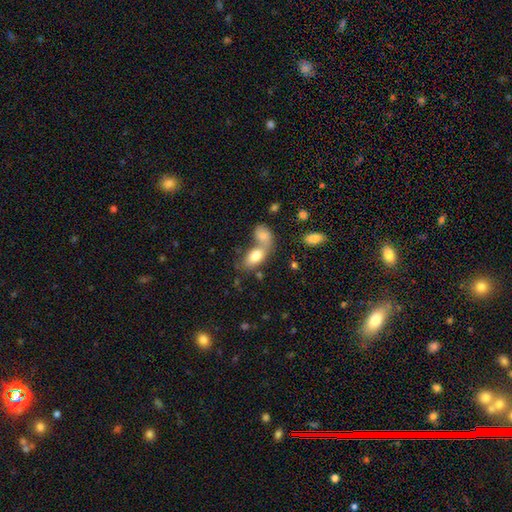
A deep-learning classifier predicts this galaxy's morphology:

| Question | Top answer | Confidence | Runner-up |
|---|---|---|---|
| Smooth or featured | smooth | 79% | featured or disk (13%) |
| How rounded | in between | 90% | round (7%) |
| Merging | merger | 58% | none (29%) |